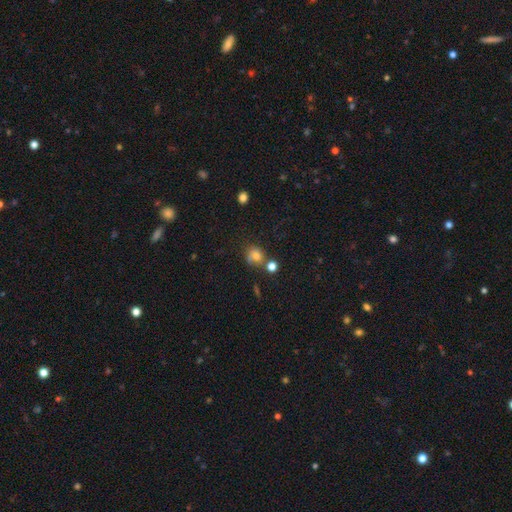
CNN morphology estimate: This appears to be a smooth galaxy with no disk features (72%) that is round (76%). Merging: none (55%).